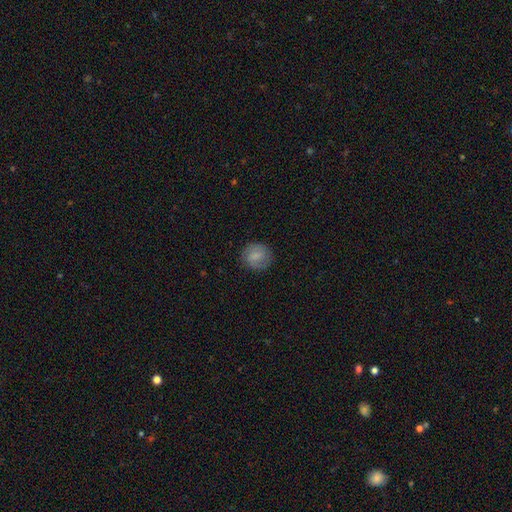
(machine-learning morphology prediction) type=smooth (66%); roundness=round (82%); merging=none (83%).